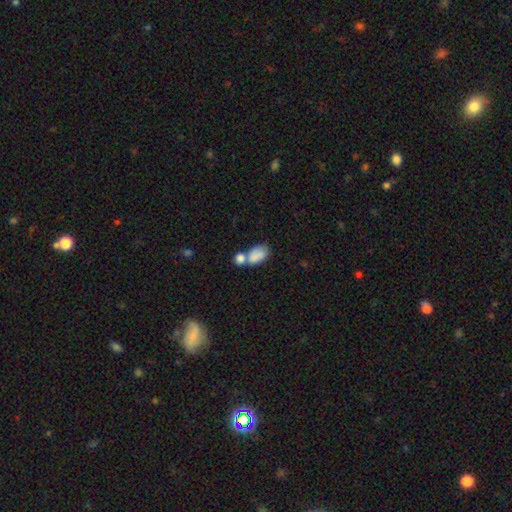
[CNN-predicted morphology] type=smooth (80%); roundness=in between (90%); merging=merger (54%).